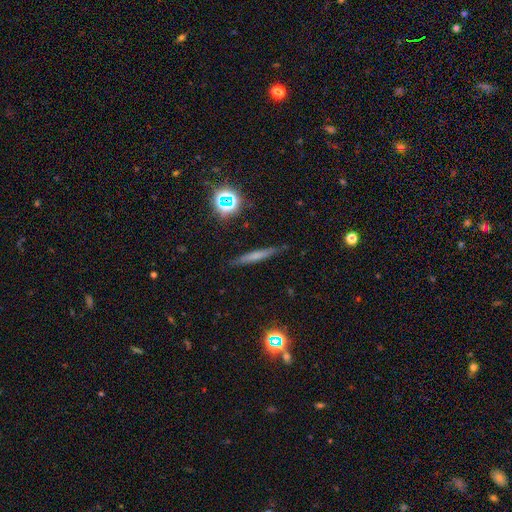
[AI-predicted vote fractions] Smooth or featured: smooth — 55% (featured or disk — 31%)
How rounded: cigar-shaped — 92% (in between — 5%)
Merging: none — 85% (minor disturbance — 11%)